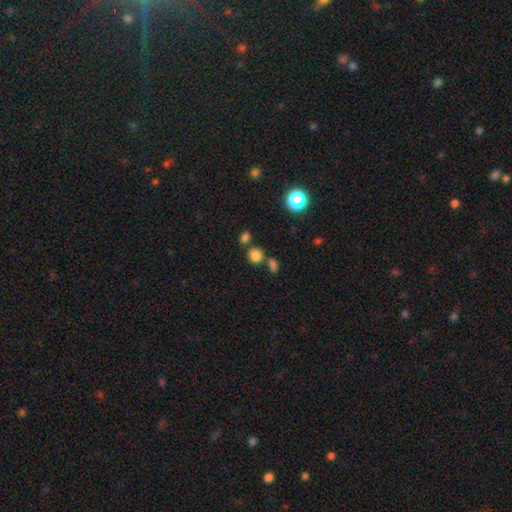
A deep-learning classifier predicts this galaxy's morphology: smooth 80%, star or artifact 15%, featured or disk 5%. Down the decision tree: how rounded — round (86%); merging — none (65%).